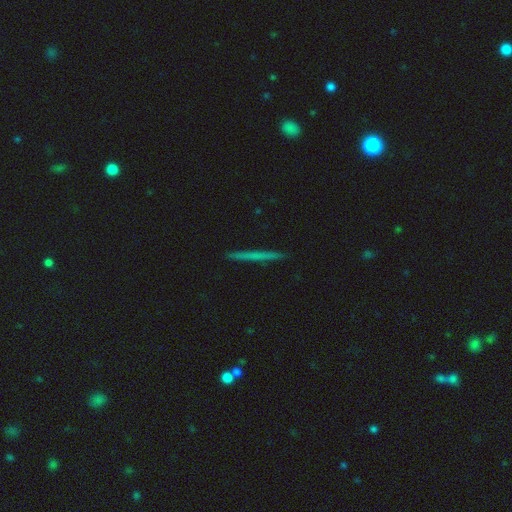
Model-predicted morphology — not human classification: This appears to be a smooth galaxy with no disk features (48%). Merging: none (92%).